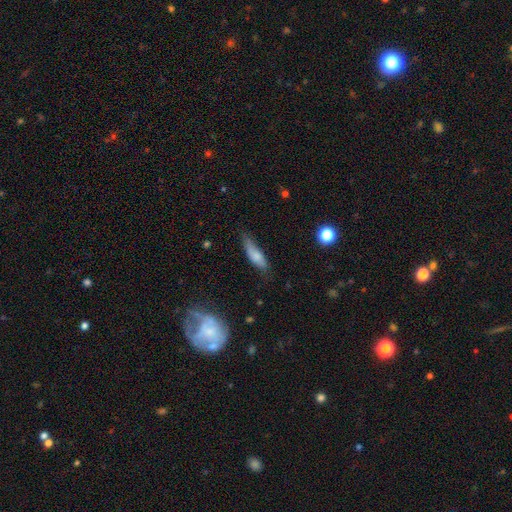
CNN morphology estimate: Overall: smooth (74%). How rounded: cigar-shaped (54%; in between 44%). Merging: none (57%; minor disturbance 32%).